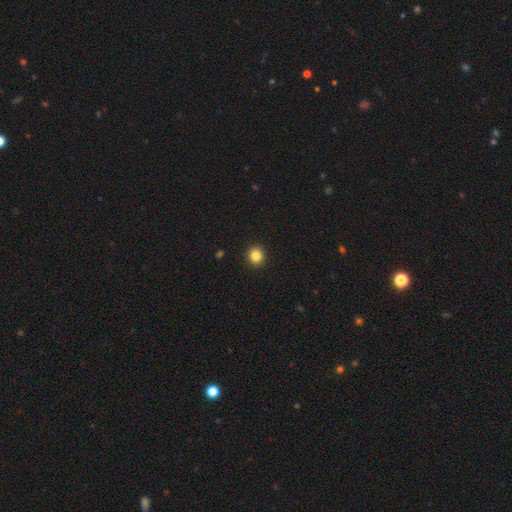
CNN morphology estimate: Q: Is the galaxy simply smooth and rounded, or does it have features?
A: smooth — 85%.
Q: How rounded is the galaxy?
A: round — 88%.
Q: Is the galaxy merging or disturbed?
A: none — 93%.